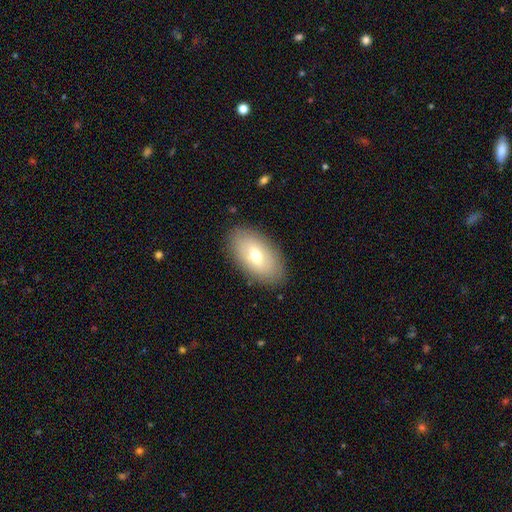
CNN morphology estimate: The model was most divided on "smooth or featured": smooth: 60%, featured or disk: 33%, star or artifact: 7%. More confident: how rounded — in between (92%); merging — none (86%).